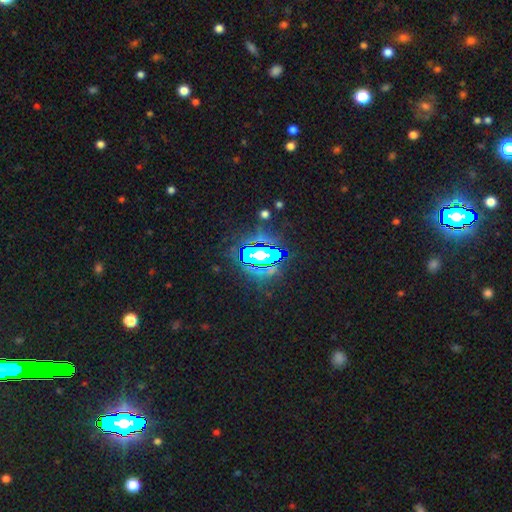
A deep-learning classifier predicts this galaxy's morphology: This appears to be a star or artifact, not a galaxy (84%).